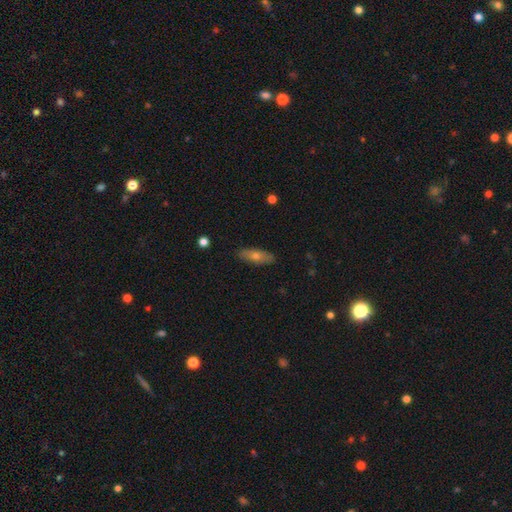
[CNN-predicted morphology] Smooth or featured: smooth — 58% (featured or disk — 34%)
How rounded: in between — 50% (cigar-shaped — 47%)
Merging: none — 88% (minor disturbance — 9%)